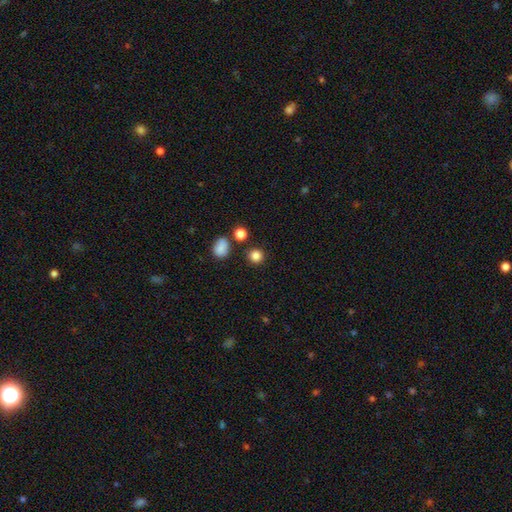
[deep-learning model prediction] smooth_or_featured: smooth (p=0.84) [alt: star or artifact p=0.12]
how_rounded: round (p=0.91) [alt: in between p=0.08]
merging: none (p=0.86) [alt: minor disturbance p=0.06]